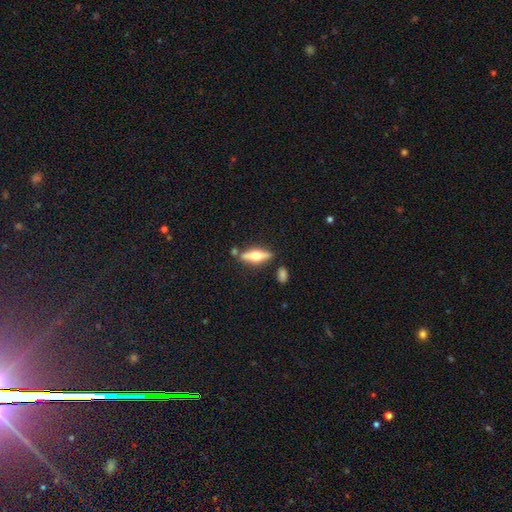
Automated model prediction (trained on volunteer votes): A featured or disk galaxy (60%) viewed edge-on (94%) with a rounded central bulge (94%). Merging: none (78%).